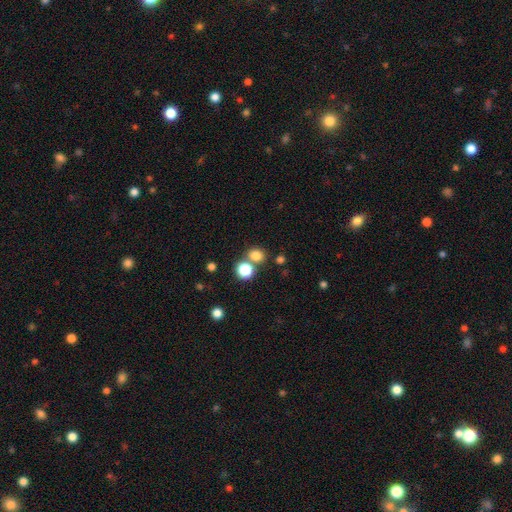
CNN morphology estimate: The model was most divided on "merging": none: 67%, merger: 22%, minor disturbance: 8%, major disturbance: 3%. More confident: smooth or featured — smooth (78%); how rounded — round (75%).